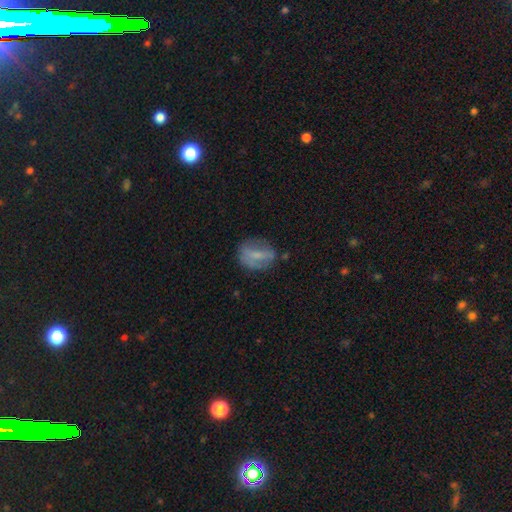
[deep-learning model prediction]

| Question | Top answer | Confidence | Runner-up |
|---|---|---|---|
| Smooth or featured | smooth | 55% | featured or disk (36%) |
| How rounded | in between | 54% | round (42%) |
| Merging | none | 60% | minor disturbance (25%) |